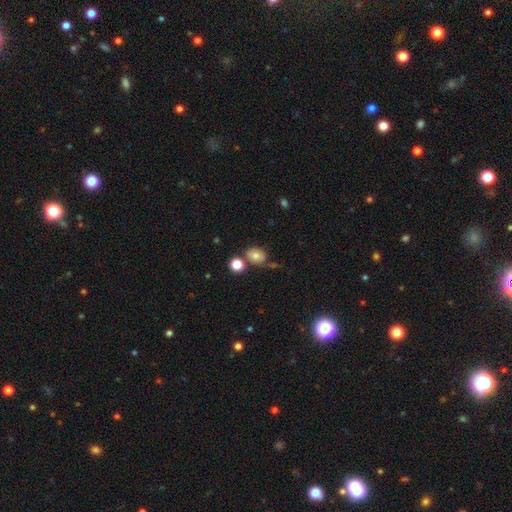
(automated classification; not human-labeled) A smooth galaxy with no disk features (78%) that is in between round and cigar-shaped (58%).

Vote fractions:
- Smooth or featured? smooth: 78% / star or artifact: 11% / featured or disk: 11%
- How rounded? in between: 58% / round: 41% / cigar-shaped: 1%
- Merging? none: 65% / merger: 15% / minor disturbance: 15% / major disturbance: 5%